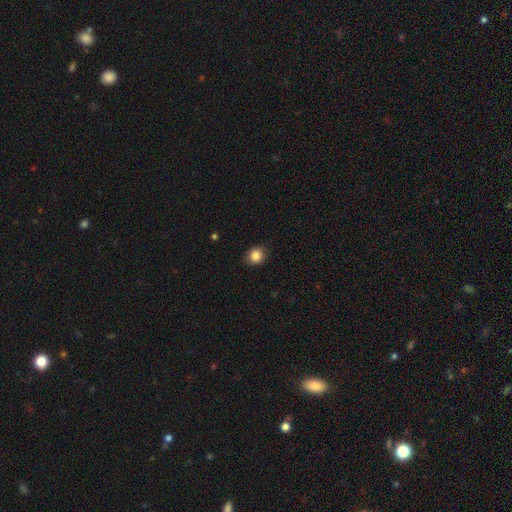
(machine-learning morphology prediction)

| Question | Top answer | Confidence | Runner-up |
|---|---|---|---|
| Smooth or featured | smooth | 86% | star or artifact (9%) |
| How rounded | round | 67% | in between (32%) |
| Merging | none | 83% | minor disturbance (13%) |